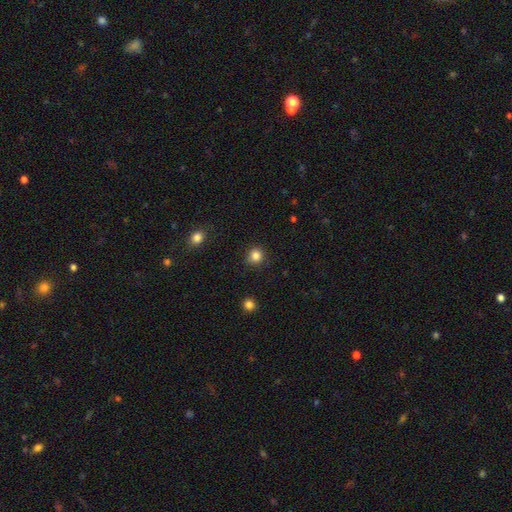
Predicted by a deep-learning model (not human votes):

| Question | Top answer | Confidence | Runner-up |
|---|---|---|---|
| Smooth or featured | smooth | 84% | star or artifact (12%) |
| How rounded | round | 90% | in between (9%) |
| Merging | none | 87% | minor disturbance (9%) |